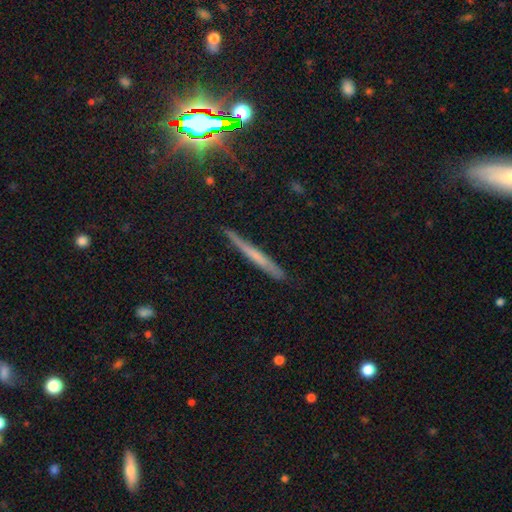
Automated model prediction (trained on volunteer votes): smooth-or-featured: featured or disk: 45% | smooth: 42% | star or artifact: 13%
  merging: none: 85% | minor disturbance: 11% | major disturbance: 2% | merger: 2%